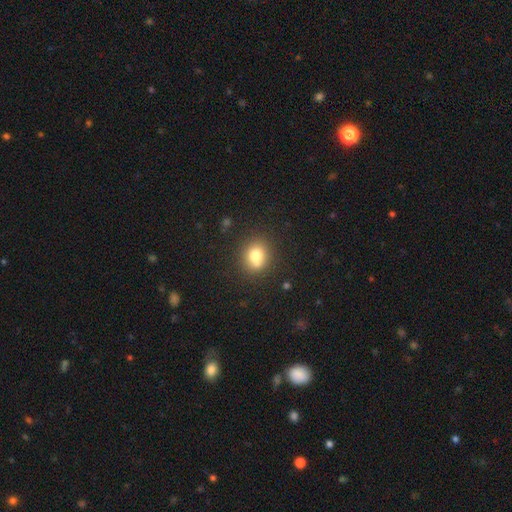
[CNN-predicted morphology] A smooth galaxy with no disk features (76%) that is round (71%).

Vote fractions:
- Smooth or featured? smooth: 76% / featured or disk: 12% / star or artifact: 12%
- How rounded? round: 71% / in between: 28% / cigar-shaped: 1%
- Merging? none: 70% / minor disturbance: 14% / merger: 11% / major disturbance: 4%